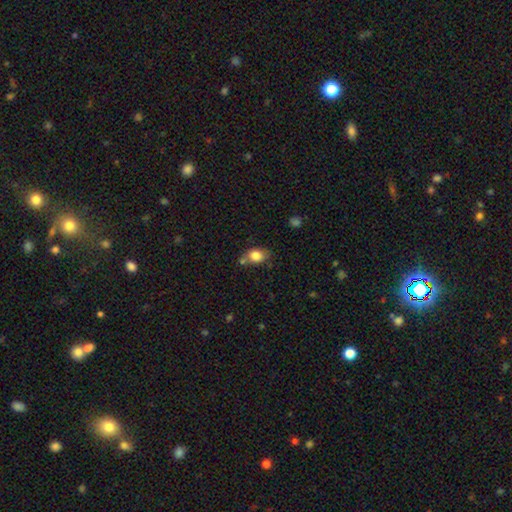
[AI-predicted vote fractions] Smooth or featured? Predicted: smooth (p=0.82). How rounded? Predicted: in between (p=0.66). Merging? Predicted: none (p=0.62).